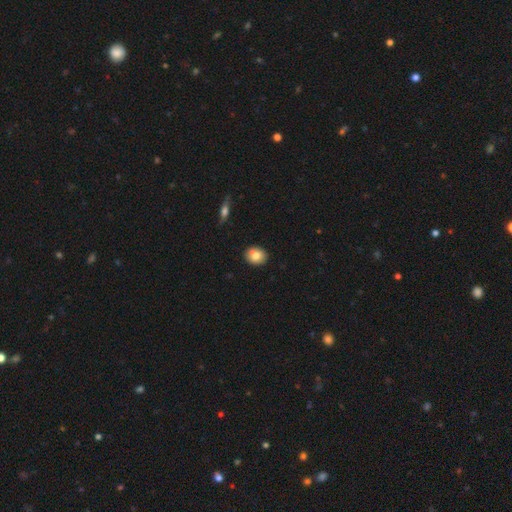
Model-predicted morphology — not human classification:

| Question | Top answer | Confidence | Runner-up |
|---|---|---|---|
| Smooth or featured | smooth | 80% | featured or disk (11%) |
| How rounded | round | 59% | in between (40%) |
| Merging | none | 83% | minor disturbance (11%) |